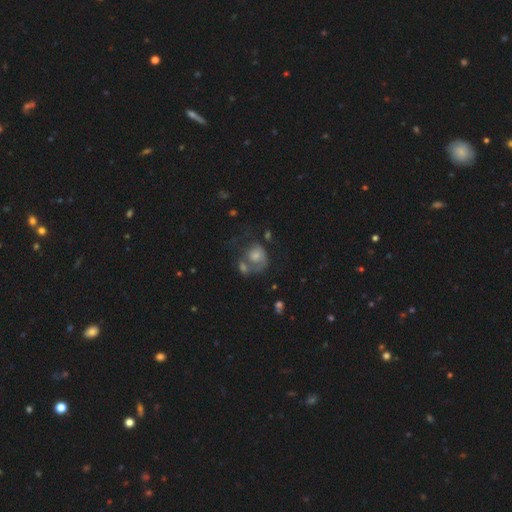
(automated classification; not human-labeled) Smooth or featured? featured or disk (45%)
Merging? merger (33%)